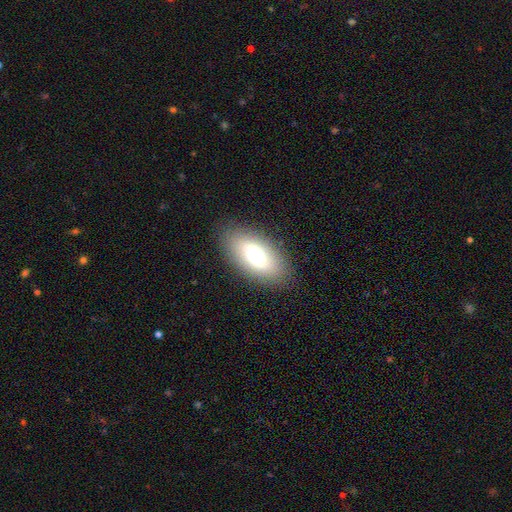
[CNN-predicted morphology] type=smooth (63%); roundness=in between (88%); merging=none (84%).